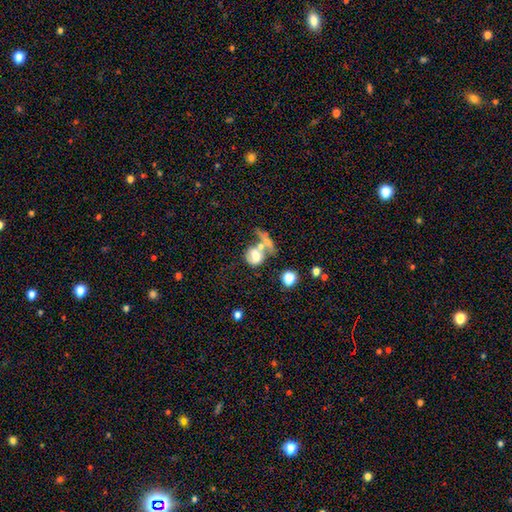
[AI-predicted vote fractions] smooth 52%, featured or disk 37%, star or artifact 11%. Down the decision tree: how rounded — in between (51%); merging — merger (53%).